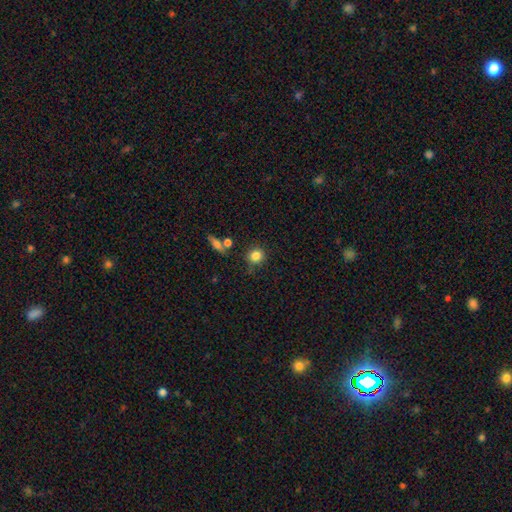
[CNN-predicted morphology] A smooth galaxy with no disk features (83%) that is round (85%).

Vote fractions:
- Smooth or featured? smooth: 83% / star or artifact: 10% / featured or disk: 7%
- How rounded? round: 85% / in between: 13% / cigar-shaped: 1%
- Merging? none: 79% / minor disturbance: 11% / merger: 6% / major disturbance: 3%